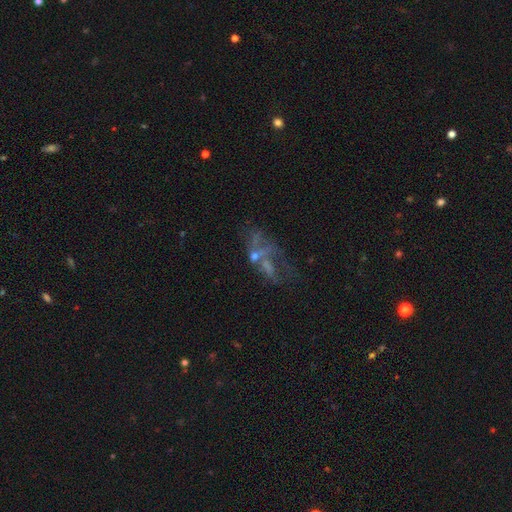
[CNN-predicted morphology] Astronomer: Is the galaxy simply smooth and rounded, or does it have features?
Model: featured or disk — 55%.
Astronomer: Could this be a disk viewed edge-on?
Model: no — 94%.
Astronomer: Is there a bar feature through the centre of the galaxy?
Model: no — 81%.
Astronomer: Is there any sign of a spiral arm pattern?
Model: no — 79%.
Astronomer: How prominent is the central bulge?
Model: none — 54%.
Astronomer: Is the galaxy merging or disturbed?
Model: major disturbance — 38% (runner-up: none, 27%).